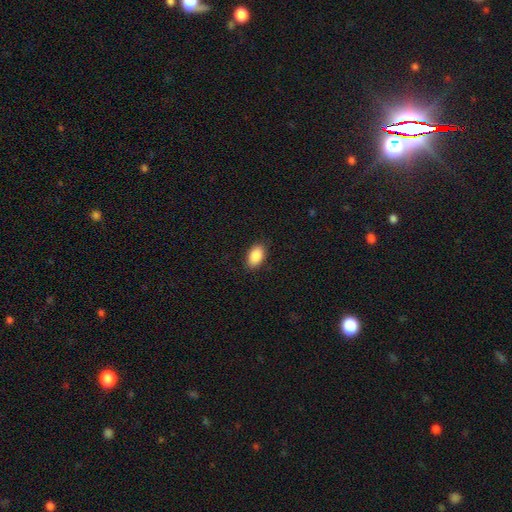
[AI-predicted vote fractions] Overall: smooth (89%). How rounded: in between (93%). Merging: none (88%).